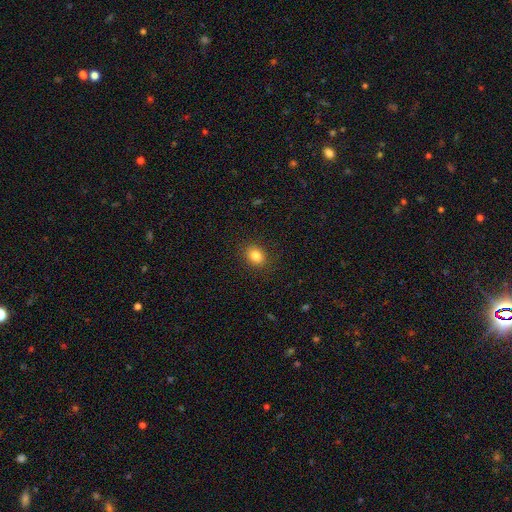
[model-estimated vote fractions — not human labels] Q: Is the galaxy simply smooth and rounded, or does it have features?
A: smooth — 83%.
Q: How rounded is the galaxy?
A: in between — 60%.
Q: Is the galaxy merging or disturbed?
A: none — 88%.